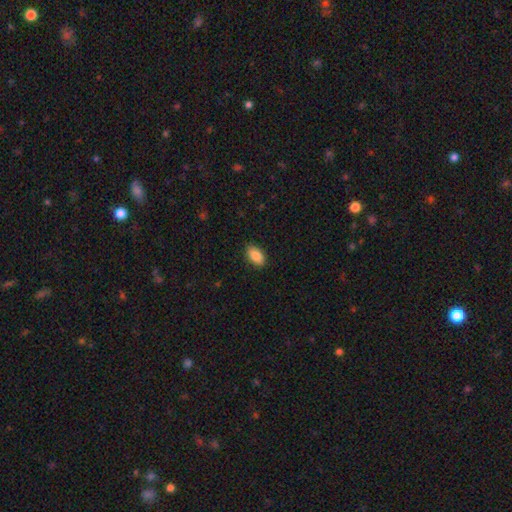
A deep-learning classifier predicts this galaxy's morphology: Smooth or featured: smooth — 88% (star or artifact — 7%)
How rounded: in between — 93% (round — 5%)
Merging: none — 87% (minor disturbance — 10%)